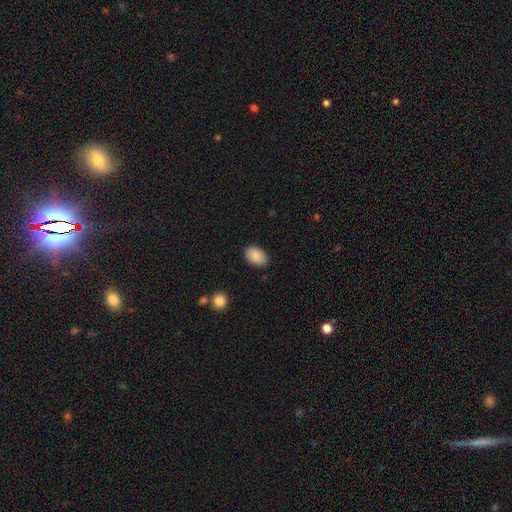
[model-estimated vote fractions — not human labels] Smooth or featured?
  - smooth: 88% *
  - star or artifact: 7%
  - featured or disk: 5%
How rounded?
  - in between: 90% *
  - round: 9%
  - cigar-shaped: 1%
Merging?
  - none: 86% *
  - minor disturbance: 11%
  - major disturbance: 2%
  - merger: 1%